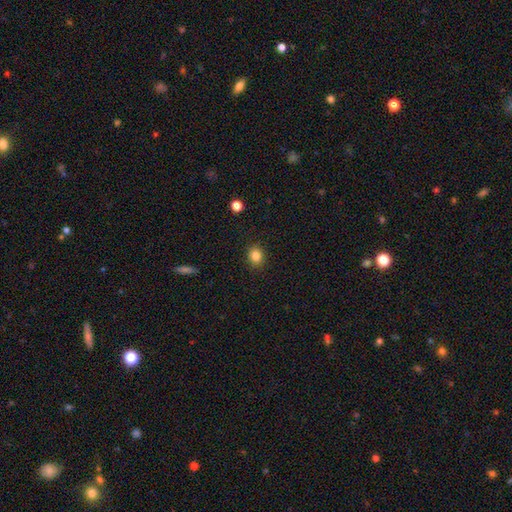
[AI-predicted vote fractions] Overall: smooth (83%). How rounded: round (68%; in between 31%). Merging: none (90%).